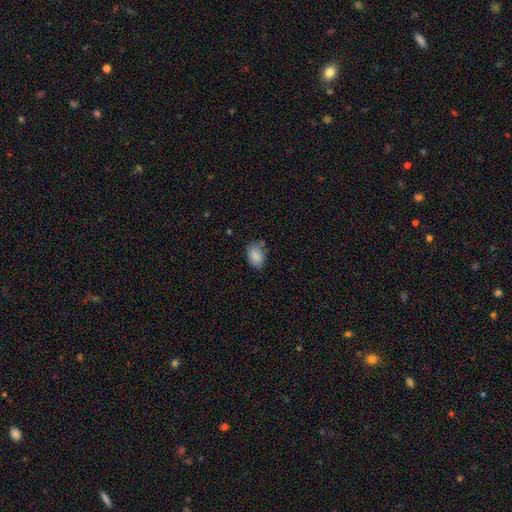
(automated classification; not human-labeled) Smooth or featured?
  - smooth: 86% *
  - star or artifact: 7%
  - featured or disk: 7%
How rounded?
  - in between: 86% *
  - round: 13%
  - cigar-shaped: 1%
Merging?
  - none: 68% *
  - minor disturbance: 23%
  - major disturbance: 4%
  - merger: 4%